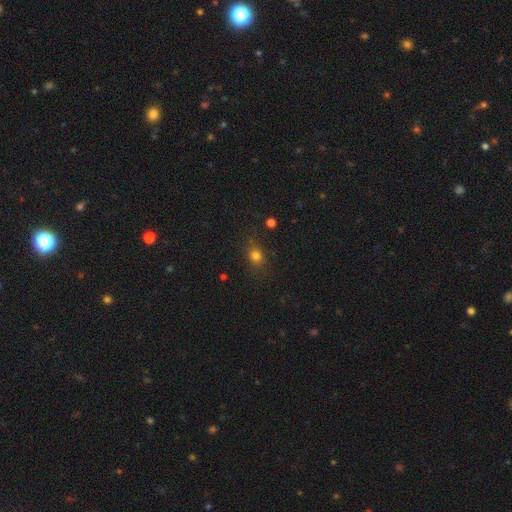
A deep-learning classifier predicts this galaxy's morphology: Smooth or featured? smooth (77%)
How rounded? round (62%)
Merging? none (81%)